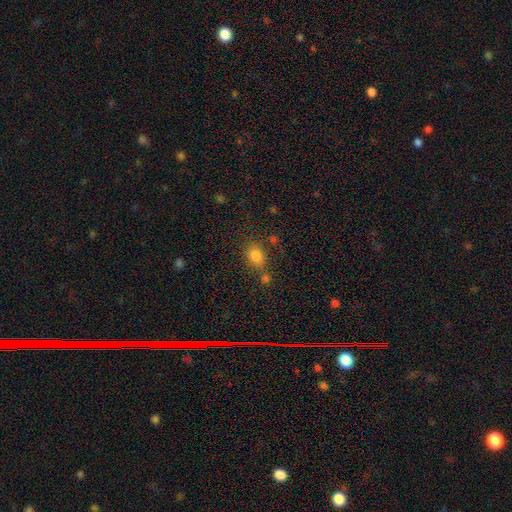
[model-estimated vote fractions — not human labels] smooth-or-featured: smooth: 81% | star or artifact: 12% | featured or disk: 7%
  how-rounded: in between: 54% | round: 44% | cigar-shaped: 2%
  merging: none: 64% | merger: 16% | minor disturbance: 15% | major disturbance: 6%